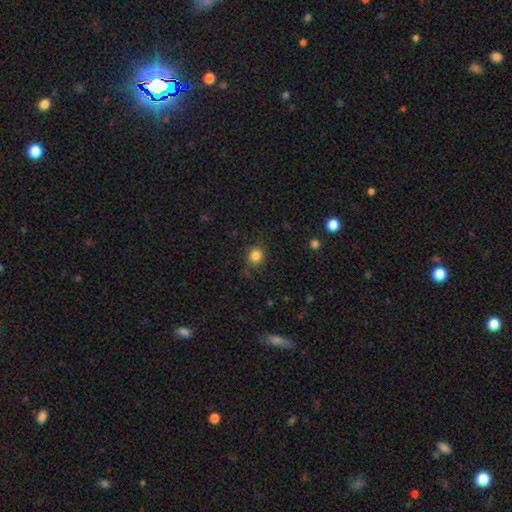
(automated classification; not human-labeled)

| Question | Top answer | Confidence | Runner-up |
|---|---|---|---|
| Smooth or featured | smooth | 84% | star or artifact (12%) |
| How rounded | round | 90% | in between (9%) |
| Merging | none | 83% | minor disturbance (11%) |